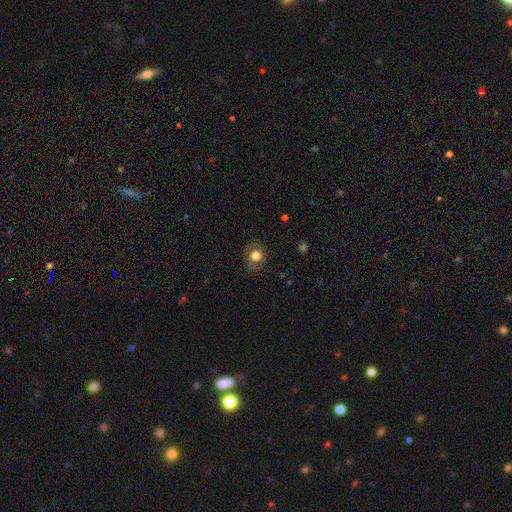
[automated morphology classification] Smooth or featured? smooth (73%)
How rounded? round (78%)
Merging? none (81%)